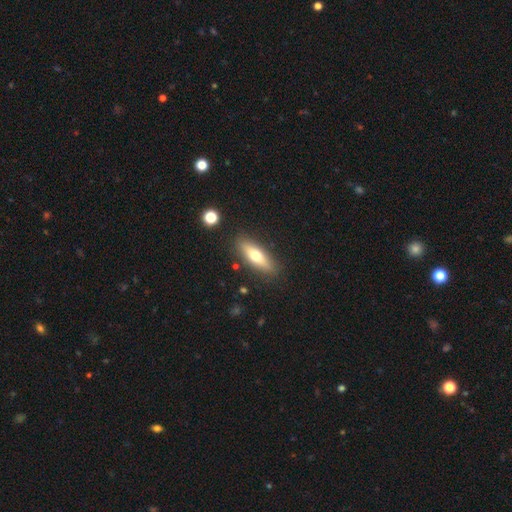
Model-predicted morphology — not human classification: type=smooth (59%); roundness=cigar-shaped (51%); merging=none (86%).